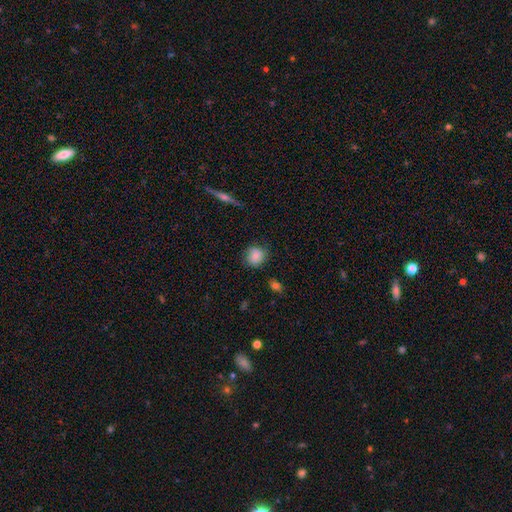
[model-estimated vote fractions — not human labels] smooth 81%, featured or disk 10%, star or artifact 9%. Down the decision tree: how rounded — round (78%); merging — none (72%).